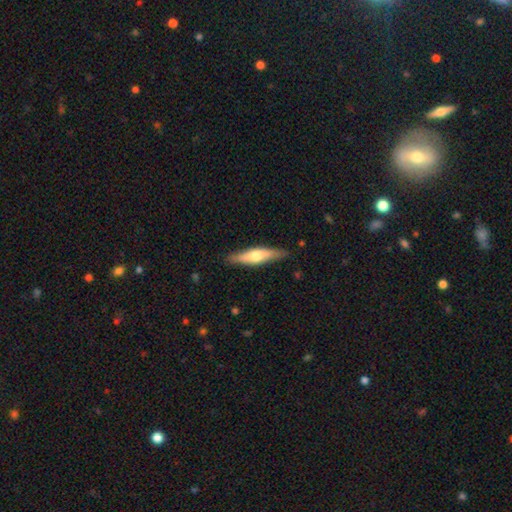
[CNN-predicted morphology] A smooth galaxy with no disk features (48%). Merging: none (84%).